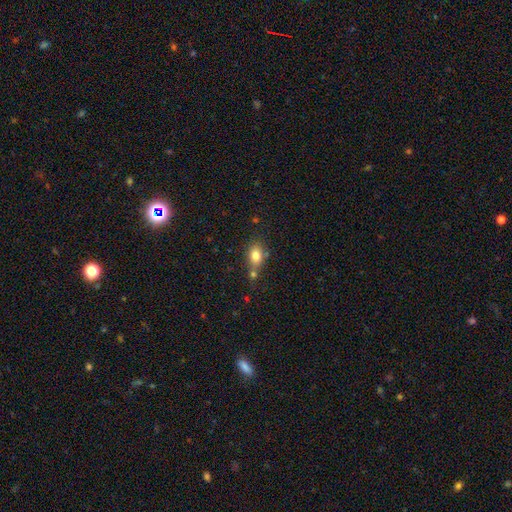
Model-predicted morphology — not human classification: type=smooth (80%); roundness=in between (73%); merging=none (56%).